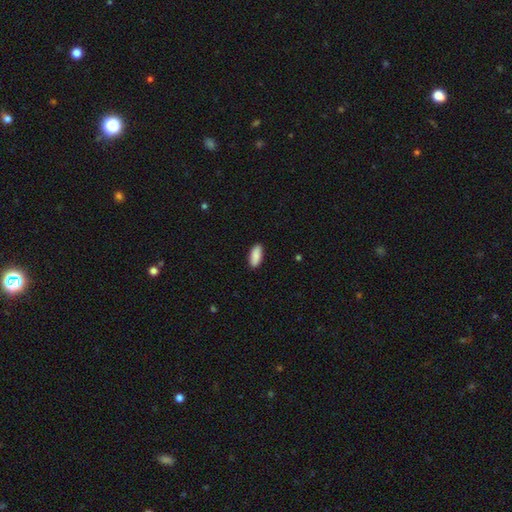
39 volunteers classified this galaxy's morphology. Volunteers were most divided on "how rounded": in between: 77%, cigar-shaped: 23%, round: 0%. More confident: smooth or featured — smooth (90%); merging — none (90%).